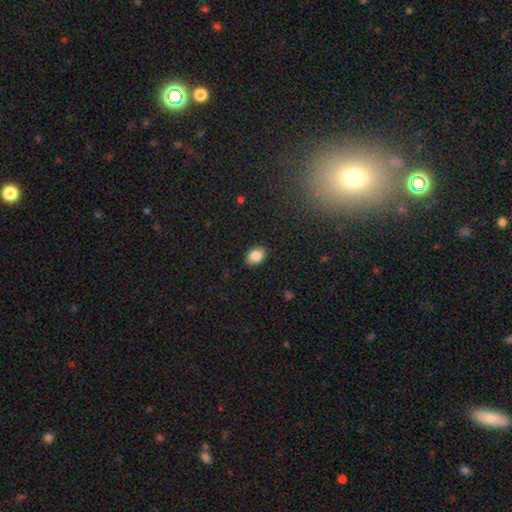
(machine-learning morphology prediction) A smooth galaxy with no disk features (86%) that is in between round and cigar-shaped (72%).

Vote fractions:
- Smooth or featured? smooth: 86% / star or artifact: 8% / featured or disk: 6%
- How rounded? in between: 72% / round: 27% / cigar-shaped: 1%
- Merging? none: 89% / minor disturbance: 8% / major disturbance: 2% / merger: 1%